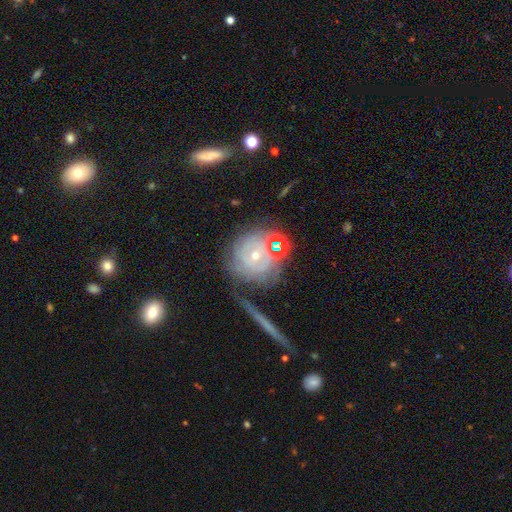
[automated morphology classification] Smooth or featured? featured or disk (63%)
Edge-on disk? no (94%)
Bar? no (78%)
Spiral arms? yes (70%)
Bulge size? small (53%)
Merging? none (56%)